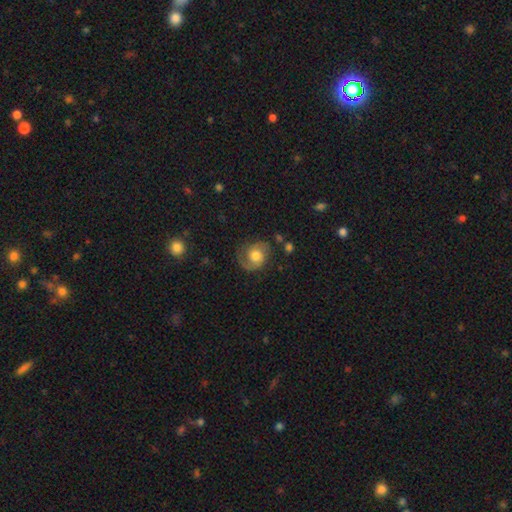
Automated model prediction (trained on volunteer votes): smooth-or-featured: featured or disk: 66% | smooth: 26% | star or artifact: 8%
  disk-edge-on: no: 98% | yes: 2%
    bar: no: 70% | weak: 26% | strong: 4%
    has-spiral-arms: yes: 91% | no: 9%
      spiral-winding: medium: 47% | tight: 32% | loose: 21%
      spiral-arm-count: 2: 76% | 1: 16% | can't tell: 6% | 3: 1% | 4: 1% | more than 4: 1%
    bulge-size: moderate: 58% | large: 29% | small: 9% | dominant: 2% | none: 2%
  merging: none: 71% | minor disturbance: 18% | major disturbance: 9% | merger: 2%